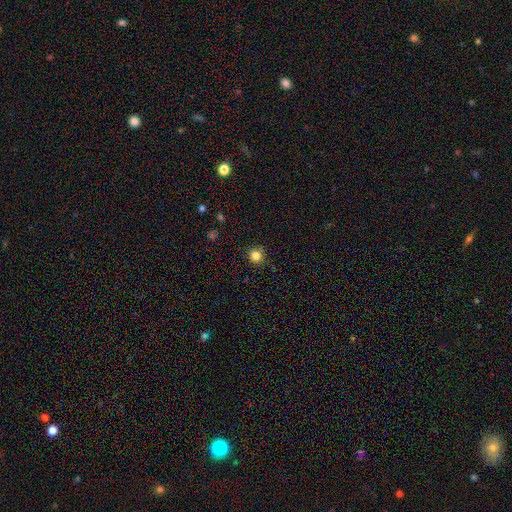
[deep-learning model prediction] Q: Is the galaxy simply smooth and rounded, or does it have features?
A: smooth — 83%.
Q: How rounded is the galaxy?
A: round — 93%.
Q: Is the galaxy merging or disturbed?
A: none — 88%.